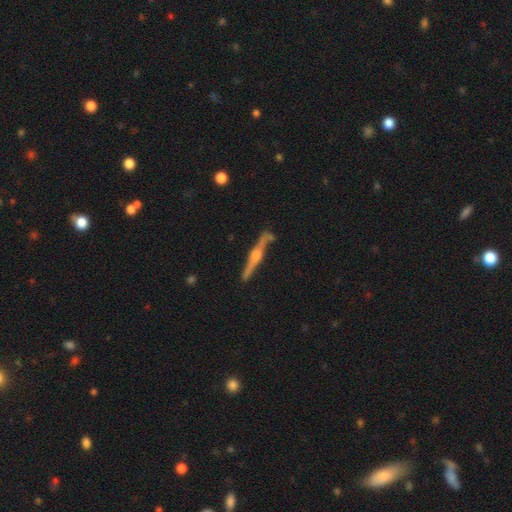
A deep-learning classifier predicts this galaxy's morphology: type=featured or disk (81%); edge-on=yes (97%); edge-on bulge=rounded (82%); merging=none (83%).